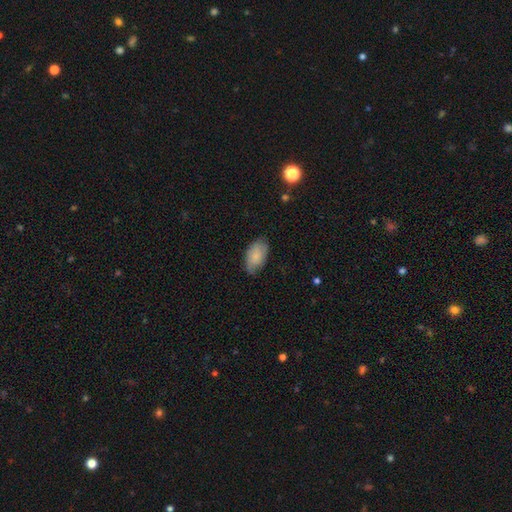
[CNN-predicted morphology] smooth-or-featured: smooth: 78% | featured or disk: 16% | star or artifact: 7%
  how-rounded: in between: 94% | round: 4% | cigar-shaped: 2%
  merging: none: 74% | minor disturbance: 21% | major disturbance: 4% | merger: 1%